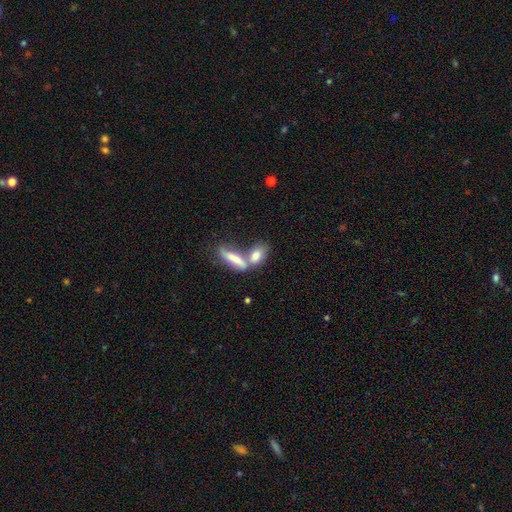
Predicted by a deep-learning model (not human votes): A smooth galaxy with no disk features (70%) that is in between round and cigar-shaped (67%). Merging: merger (55%).